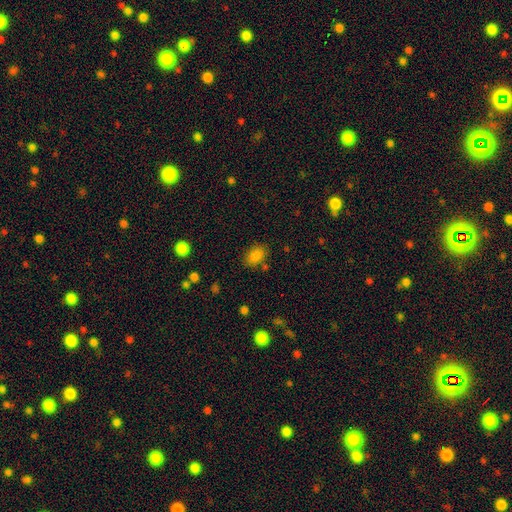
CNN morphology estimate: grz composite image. It shows a smooth galaxy with no disk features (84%) that is in between round and cigar-shaped (78%). Merging: none (78%).